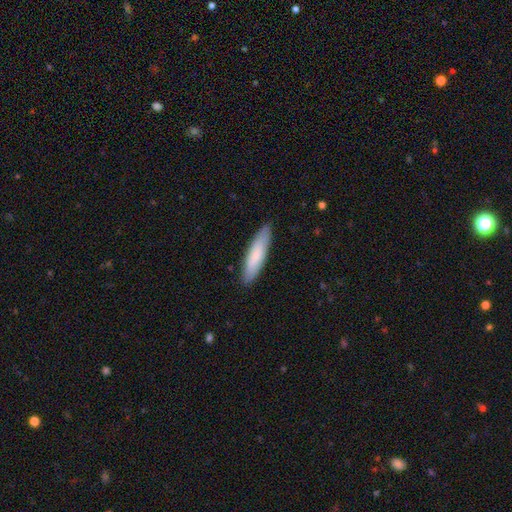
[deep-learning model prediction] The model was most divided on "how rounded": cigar-shaped: 74%, in between: 25%, round: 1%. More confident: merging — none (88%); smooth or featured — smooth (80%).